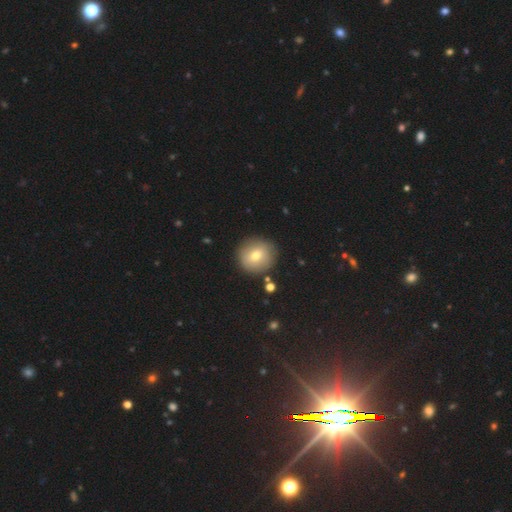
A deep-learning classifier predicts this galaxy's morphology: Smooth or featured? smooth (69%)
How rounded? round (91%)
Merging? none (86%)